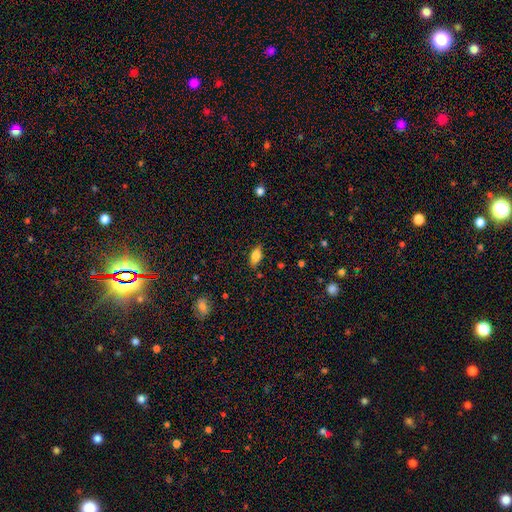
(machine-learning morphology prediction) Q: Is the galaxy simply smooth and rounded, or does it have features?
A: smooth — 76%.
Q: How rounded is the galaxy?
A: in between — 84%.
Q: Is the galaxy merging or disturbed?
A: none — 82%.